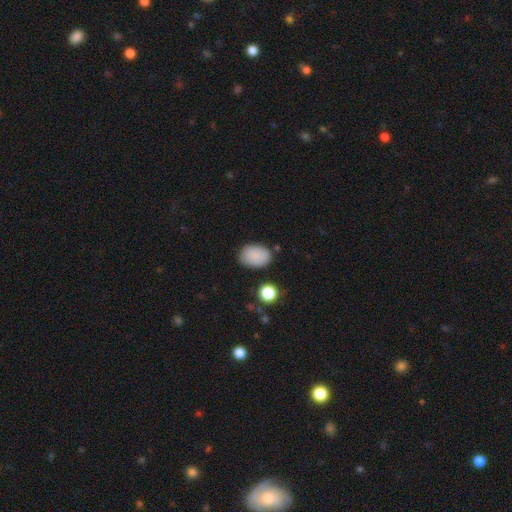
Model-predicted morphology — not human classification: This is clearly a smooth galaxy (86%). How rounded: clearly in between (82%). Merging: likely none (77%).